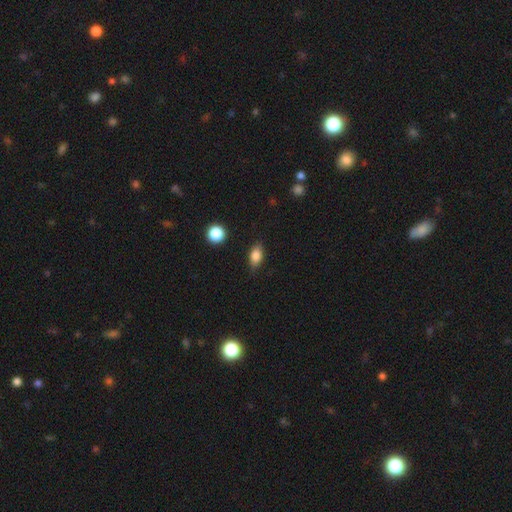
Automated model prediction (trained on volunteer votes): This is clearly a smooth galaxy (81%). How rounded: clearly in between (84%). Merging: clearly none (82%).